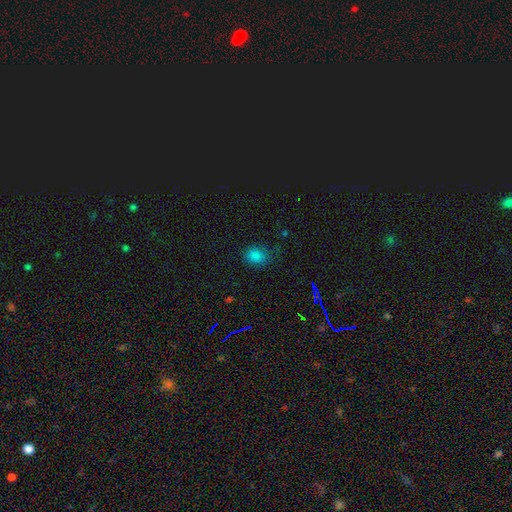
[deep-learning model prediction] This is likely a smooth galaxy (80%). How rounded: possibly round (51%). Merging: likely none (77%).